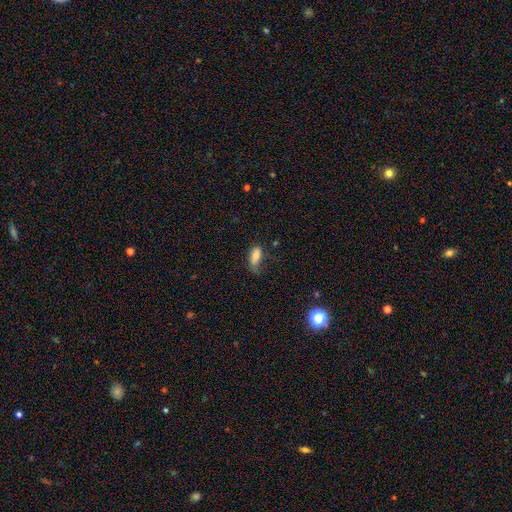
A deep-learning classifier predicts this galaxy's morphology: Overall: smooth (79%). How rounded: in between (87%). Merging: none (40%; minor disturbance 32%).